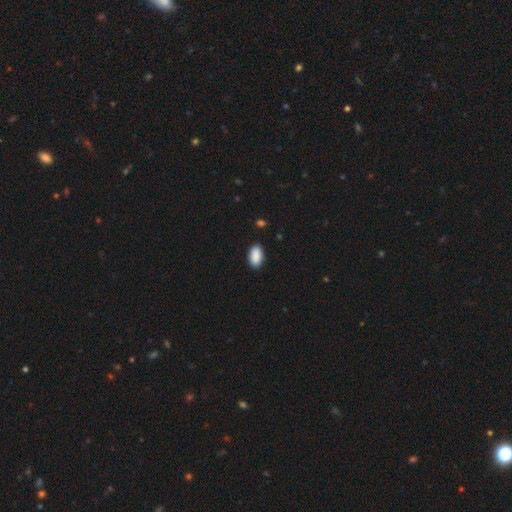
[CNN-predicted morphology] Q: Smooth or featured?
A: smooth (90%); runner-up: star or artifact (7%)
Q: How rounded?
A: in between (94%); runner-up: round (4%)
Q: Merging?
A: none (88%); runner-up: minor disturbance (9%)